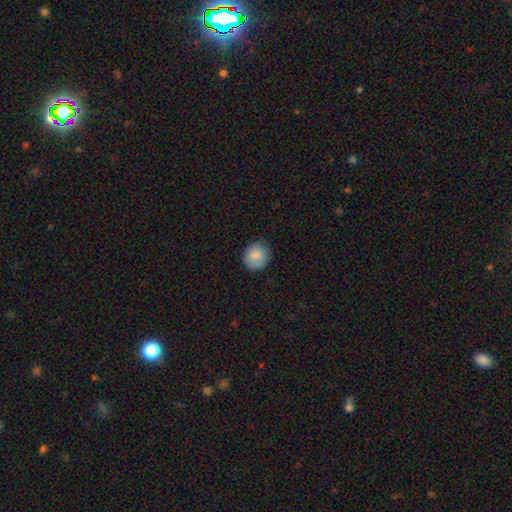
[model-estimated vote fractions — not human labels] Overall: smooth (86%). How rounded: round (77%). Merging: none (82%).